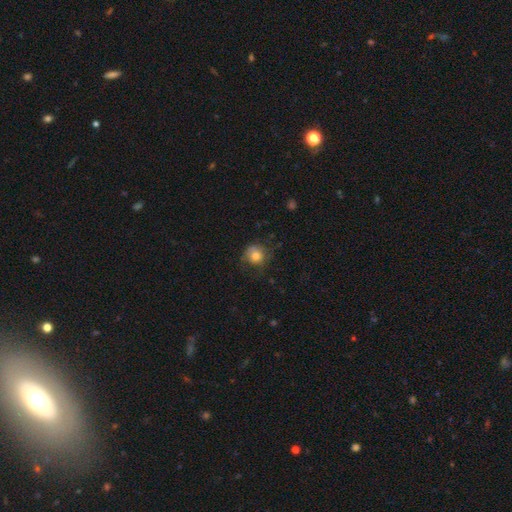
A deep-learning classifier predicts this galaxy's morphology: Smooth or featured?
  - smooth: 75% *
  - featured or disk: 15%
  - star or artifact: 10%
How rounded?
  - round: 85% *
  - in between: 14%
  - cigar-shaped: 1%
Merging?
  - none: 62% *
  - minor disturbance: 24%
  - major disturbance: 12%
  - merger: 2%